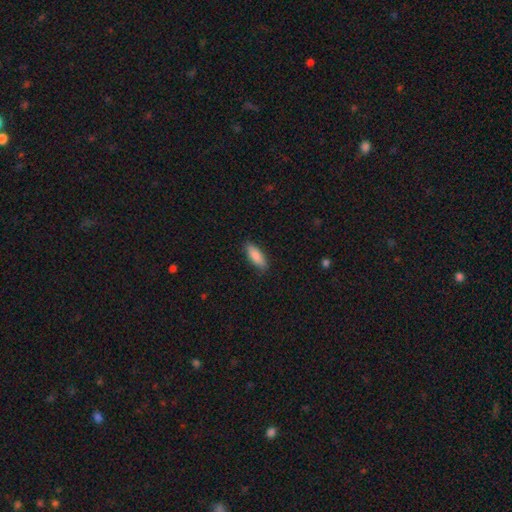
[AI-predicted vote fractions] Morphology: type=smooth (87%); roundness=in between (62%); merging=none (83%).